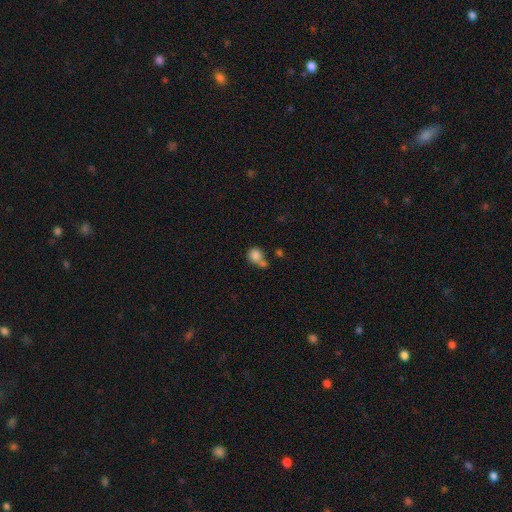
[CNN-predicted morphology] Smooth or featured?
  - smooth: 83% *
  - star or artifact: 9%
  - featured or disk: 8%
How rounded?
  - round: 78% *
  - in between: 21%
  - cigar-shaped: 1%
Merging?
  - merger: 42% *
  - none: 40%
  - minor disturbance: 12%
  - major disturbance: 6%